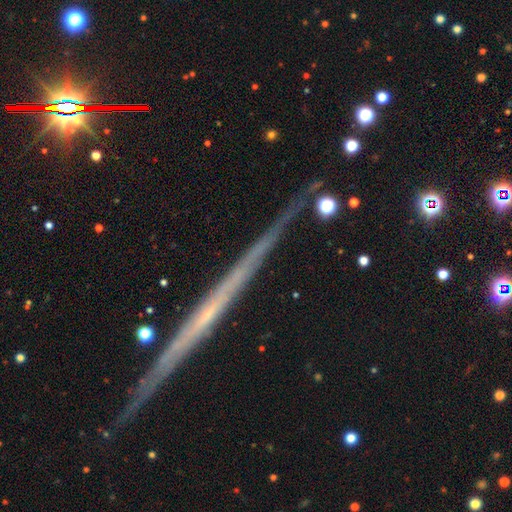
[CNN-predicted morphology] Smooth or featured: featured or disk — 69% (smooth — 18%)
Edge-on disk: yes — 96% (no — 4%)
Edge-on bulge: none — 80% (rounded — 14%)
Merging: none — 86% (minor disturbance — 10%)